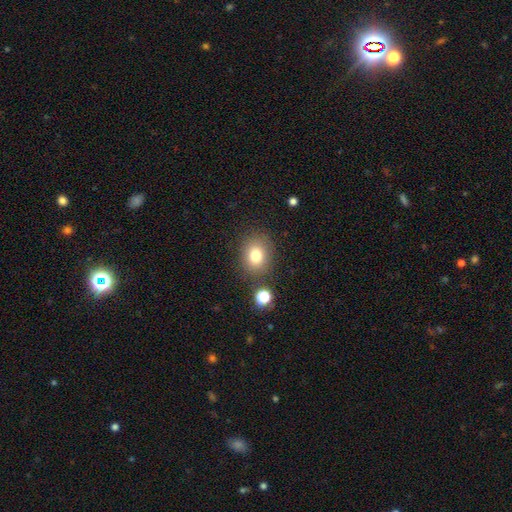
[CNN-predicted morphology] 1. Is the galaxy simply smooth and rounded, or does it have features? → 77% smooth, 13% star or artifact, 10% featured or disk.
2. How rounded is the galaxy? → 58% round, 41% in between, 1% cigar-shaped.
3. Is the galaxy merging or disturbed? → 81% none, 11% minor disturbance, 5% merger, 4% major disturbance.